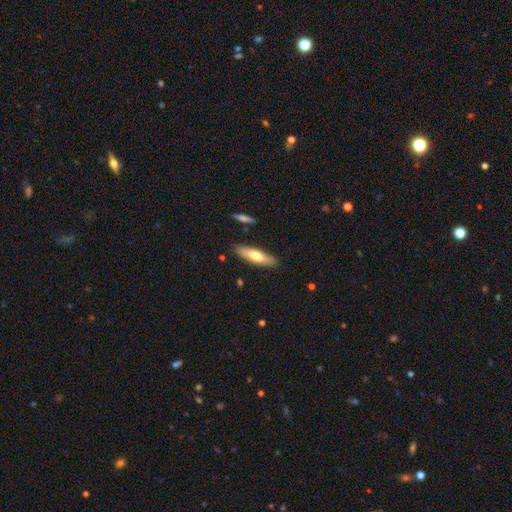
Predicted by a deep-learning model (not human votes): Smooth or featured?
  - smooth: 63% *
  - featured or disk: 31%
  - star or artifact: 6%
How rounded?
  - cigar-shaped: 65% *
  - in between: 33%
  - round: 2%
Merging?
  - none: 86% *
  - minor disturbance: 10%
  - merger: 2%
  - major disturbance: 2%